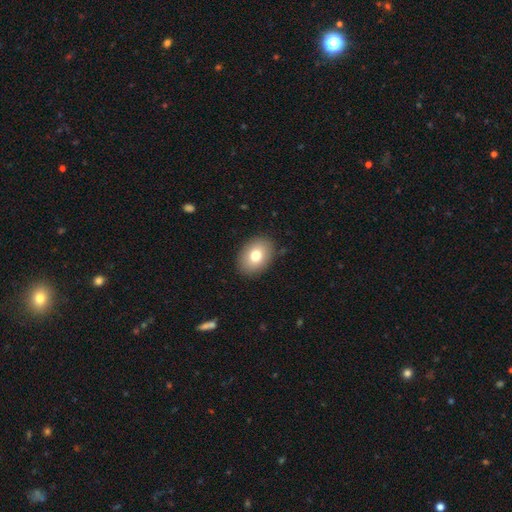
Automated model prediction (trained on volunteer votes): smooth-or-featured: smooth: 77% | featured or disk: 14% | star or artifact: 9%
  how-rounded: in between: 71% | round: 28% | cigar-shaped: 1%
  merging: none: 87% | minor disturbance: 9% | major disturbance: 2% | merger: 1%